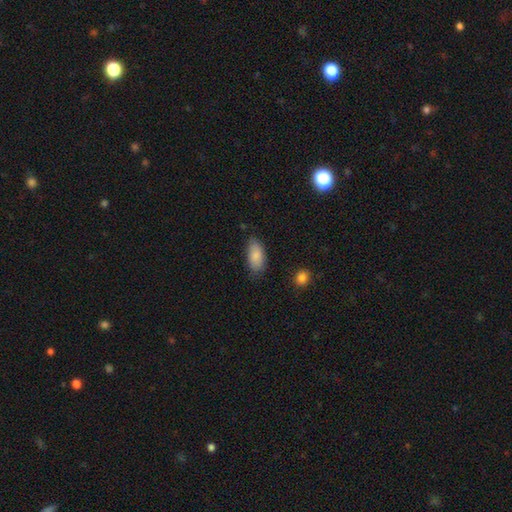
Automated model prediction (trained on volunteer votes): smooth_or_featured: smooth (p=0.86) [alt: featured or disk p=0.08]
how_rounded: in between (p=0.92) [alt: cigar-shaped p=0.05]
merging: none (p=0.75) [alt: minor disturbance p=0.19]